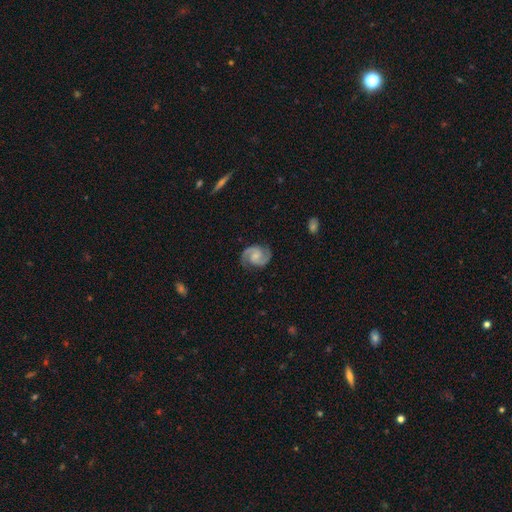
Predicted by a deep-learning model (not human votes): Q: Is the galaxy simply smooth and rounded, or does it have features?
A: featured or disk — 91%.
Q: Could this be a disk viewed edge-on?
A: no — 98%.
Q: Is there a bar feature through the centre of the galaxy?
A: no — 53%.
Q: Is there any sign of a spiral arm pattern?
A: yes — 98%.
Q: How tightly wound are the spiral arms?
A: medium — 59%.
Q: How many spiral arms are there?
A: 2 — 94%.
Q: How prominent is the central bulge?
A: small — 46%.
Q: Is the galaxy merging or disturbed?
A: none — 85%.